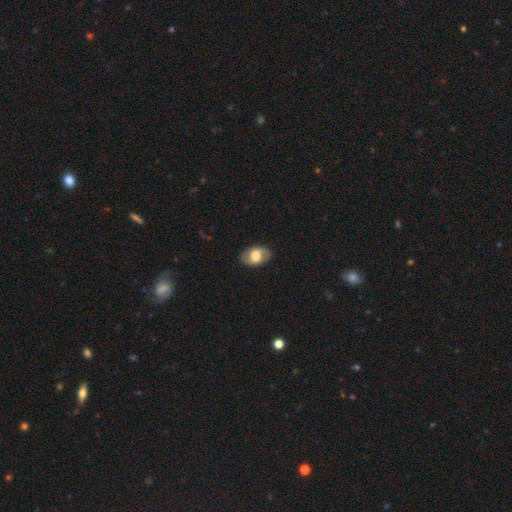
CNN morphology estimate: This appears to be a smooth galaxy with no disk features (48%). Merging: none (84%).